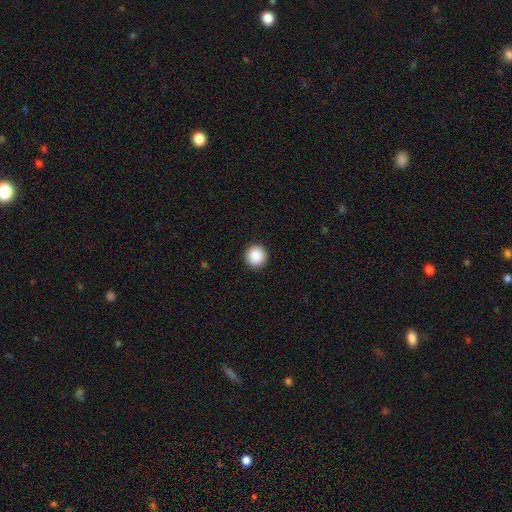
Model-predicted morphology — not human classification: Smooth or featured: smooth — 89% (star or artifact — 8%)
How rounded: round — 94% (in between — 5%)
Merging: none — 93% (minor disturbance — 5%)